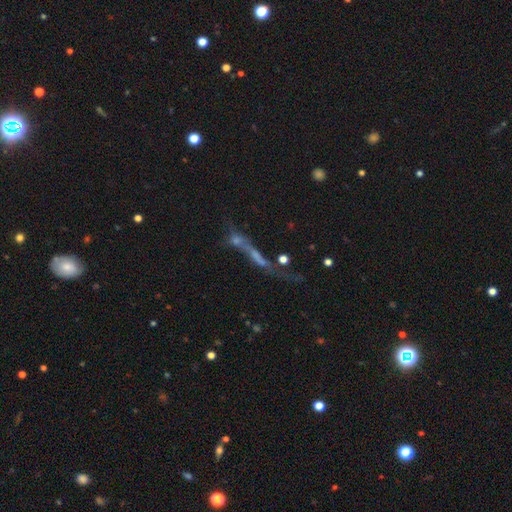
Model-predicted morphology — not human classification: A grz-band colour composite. It shows a featured or disk galaxy (44%). Merging: merger (37%).